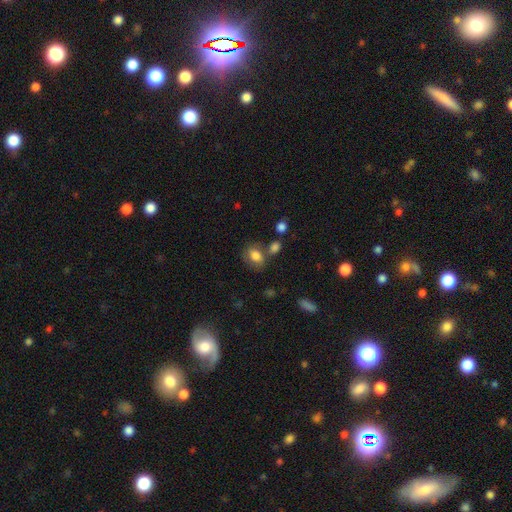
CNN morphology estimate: Smooth or featured? Predicted: smooth (p=0.79). How rounded? Predicted: in between (p=0.66). Merging? Predicted: none (p=0.59).